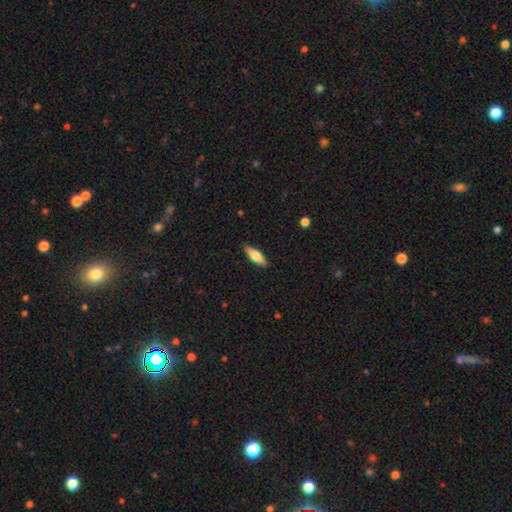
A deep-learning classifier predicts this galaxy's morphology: The model was most divided on "how rounded": in between: 59%, cigar-shaped: 39%, round: 2%. More confident: merging — none (89%); smooth or featured — smooth (68%).